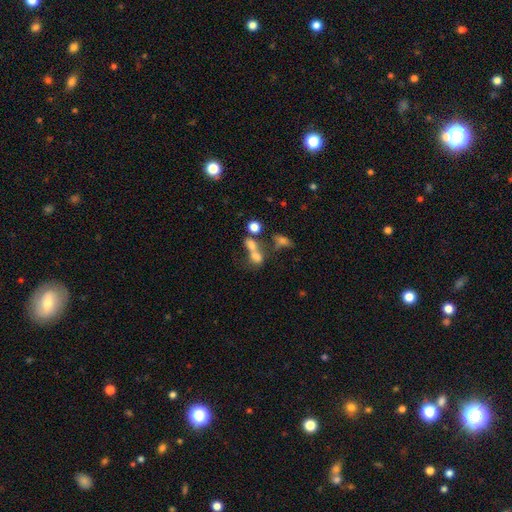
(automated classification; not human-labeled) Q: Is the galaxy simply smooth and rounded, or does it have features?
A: smooth — 62%.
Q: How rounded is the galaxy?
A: in between — 60%.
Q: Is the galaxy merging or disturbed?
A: merger — 58%.